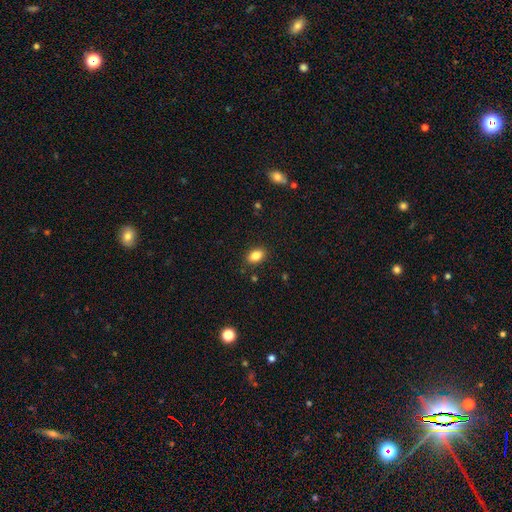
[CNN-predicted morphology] Overall: smooth (85%). How rounded: in between (82%). Merging: none (88%).